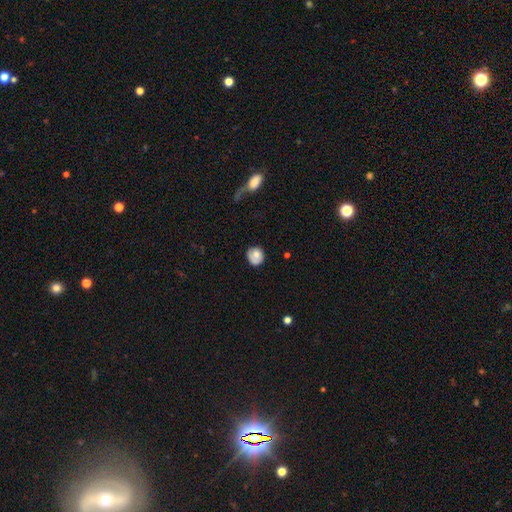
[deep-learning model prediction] Q: Smooth or featured?
A: smooth (70%); runner-up: featured or disk (22%)
Q: How rounded?
A: round (77%); runner-up: in between (22%)
Q: Merging?
A: none (59%); runner-up: minor disturbance (27%)